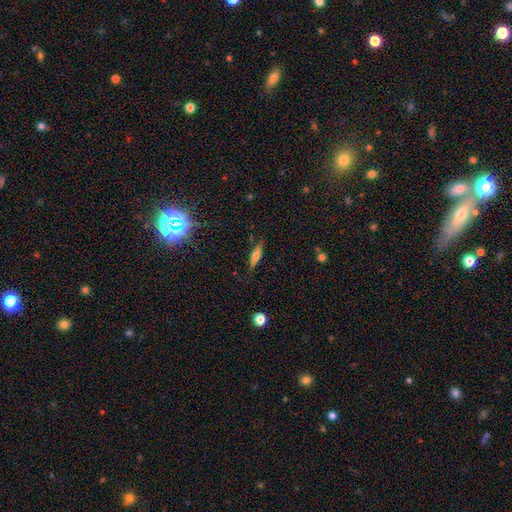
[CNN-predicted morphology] Q: Smooth or featured?
A: smooth (53%); runner-up: featured or disk (37%)
Q: How rounded?
A: cigar-shaped (67%); runner-up: in between (30%)
Q: Merging?
A: none (82%); runner-up: minor disturbance (13%)